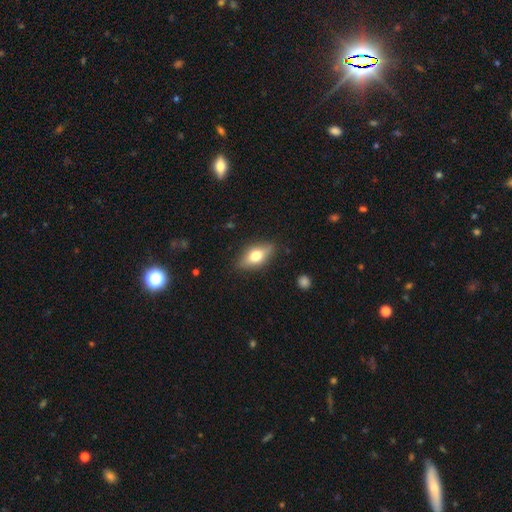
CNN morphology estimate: Overall: smooth (62%; featured or disk 31%). How rounded: in between (80%). Merging: none (83%).